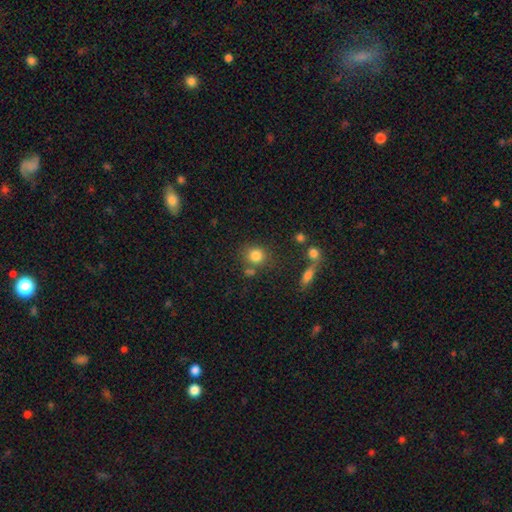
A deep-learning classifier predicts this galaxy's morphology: Smooth or featured? smooth (82%)
How rounded? round (85%)
Merging? none (69%)